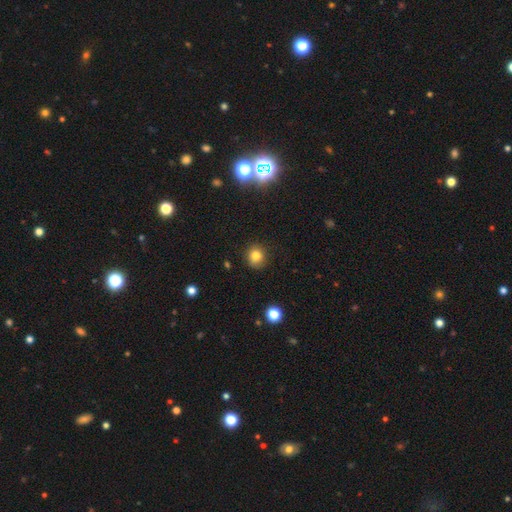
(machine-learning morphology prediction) smooth-or-featured: smooth: 81% | star or artifact: 13% | featured or disk: 7%
  how-rounded: round: 80% | in between: 19% | cigar-shaped: 1%
  merging: none: 82% | minor disturbance: 13% | major disturbance: 3% | merger: 2%